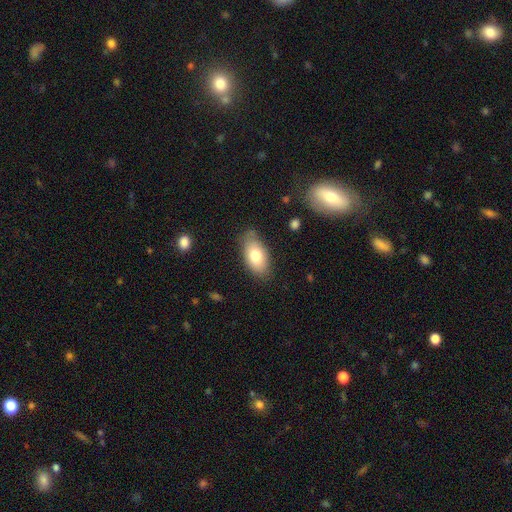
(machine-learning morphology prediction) Q: Smooth or featured?
A: smooth (77%); runner-up: featured or disk (16%)
Q: How rounded?
A: in between (93%); runner-up: round (4%)
Q: Merging?
A: none (77%); runner-up: minor disturbance (17%)